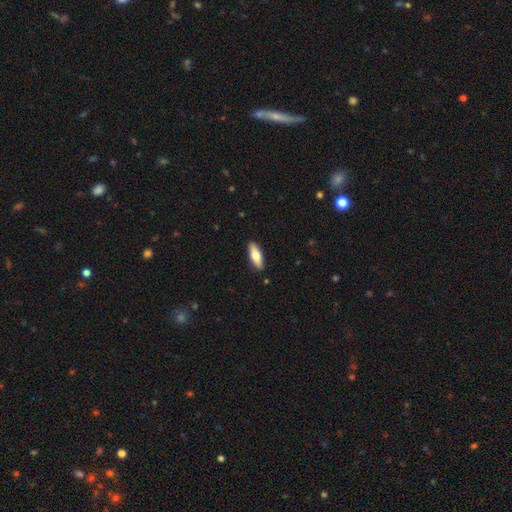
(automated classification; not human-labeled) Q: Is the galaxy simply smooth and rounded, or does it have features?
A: smooth — 70%.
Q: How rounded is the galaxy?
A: in between — 56%.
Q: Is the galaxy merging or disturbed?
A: none — 89%.